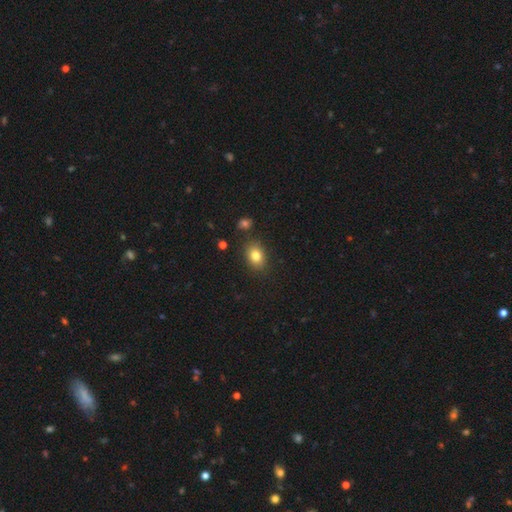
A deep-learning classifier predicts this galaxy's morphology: type=smooth (82%); roundness=in between (71%); merging=none (82%).